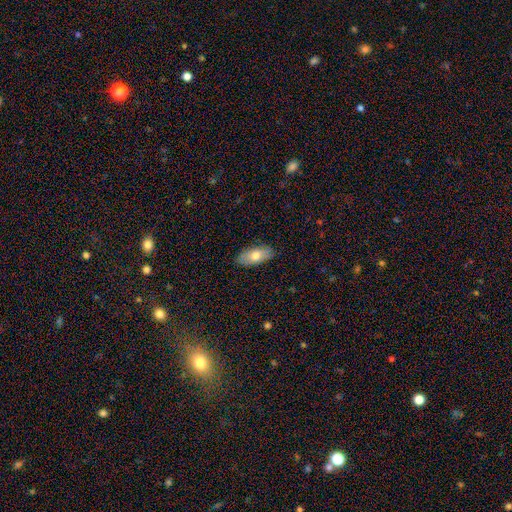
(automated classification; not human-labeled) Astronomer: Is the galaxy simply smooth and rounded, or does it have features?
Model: smooth — 74%.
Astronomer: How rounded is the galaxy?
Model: in between — 87%.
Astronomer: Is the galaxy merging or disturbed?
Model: none — 87%.